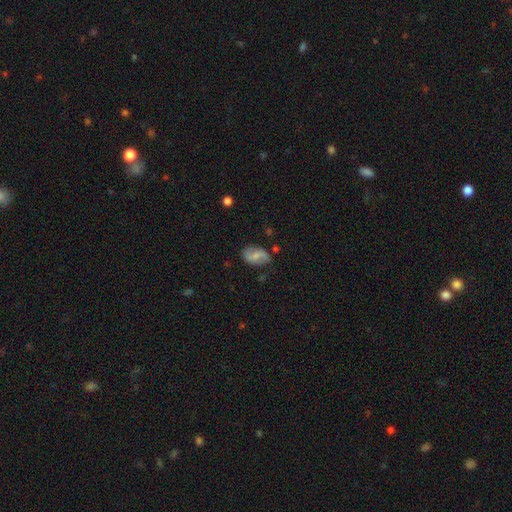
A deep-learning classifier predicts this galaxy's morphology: A featured or disk galaxy (56%) with a weak bar (46%), spiral arms (86%) and a small central bulge (47%). Merging: none (75%).